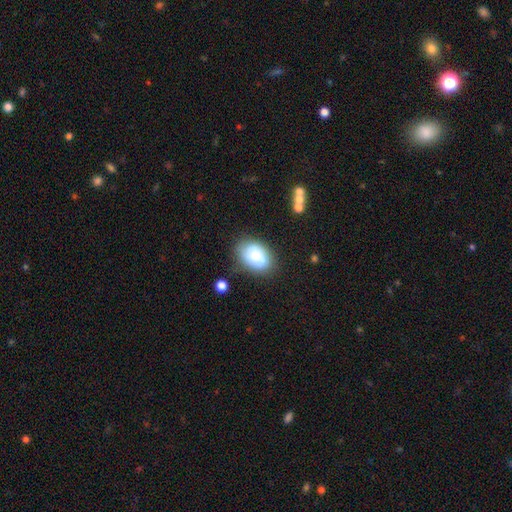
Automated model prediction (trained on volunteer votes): A smooth galaxy with no disk features (72%) that is in between round and cigar-shaped (83%).

Vote fractions:
- Smooth or featured? smooth: 72% / featured or disk: 20% / star or artifact: 8%
- How rounded? in between: 83% / round: 16% / cigar-shaped: 1%
- Merging? none: 72% / minor disturbance: 20% / major disturbance: 5% / merger: 3%